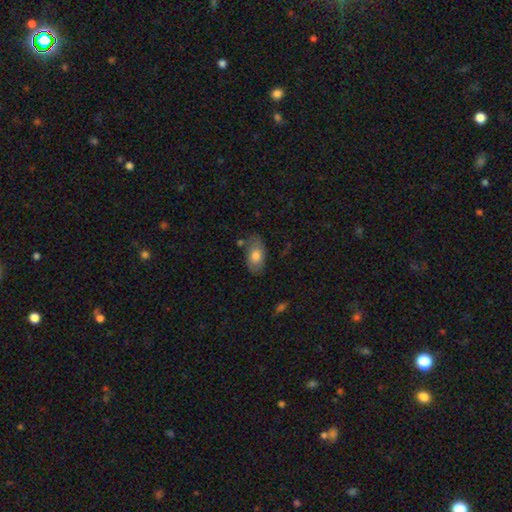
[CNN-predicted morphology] type=smooth (76%); roundness=in between (92%); merging=none (72%).